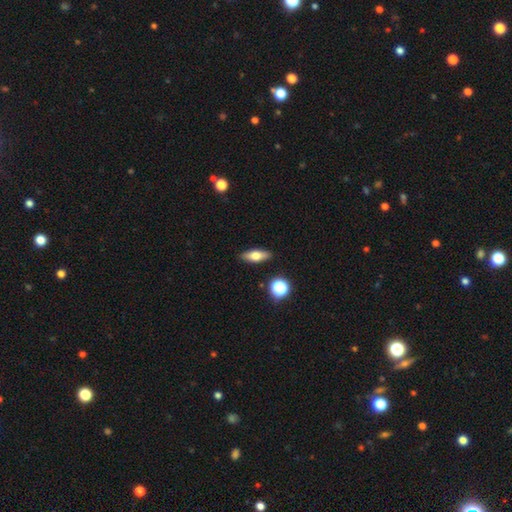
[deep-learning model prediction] Morphology: type=smooth (64%); roundness=in between (64%); merging=none (88%).